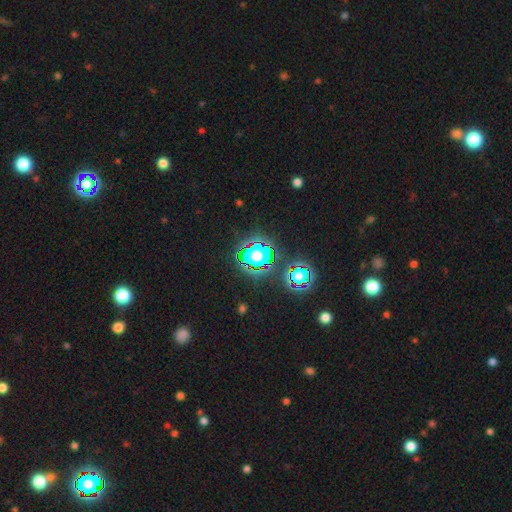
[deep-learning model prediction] This is likely a star or artifact rather than a galaxy (80%).